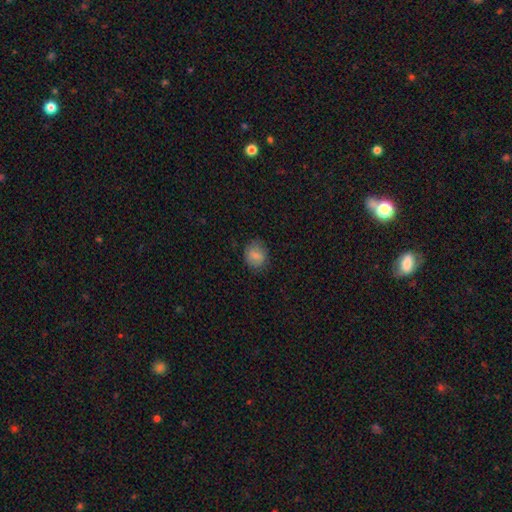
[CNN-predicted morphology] Smooth or featured: smooth — 81% (featured or disk — 9%)
How rounded: round — 72% (in between — 27%)
Merging: none — 80% (minor disturbance — 15%)